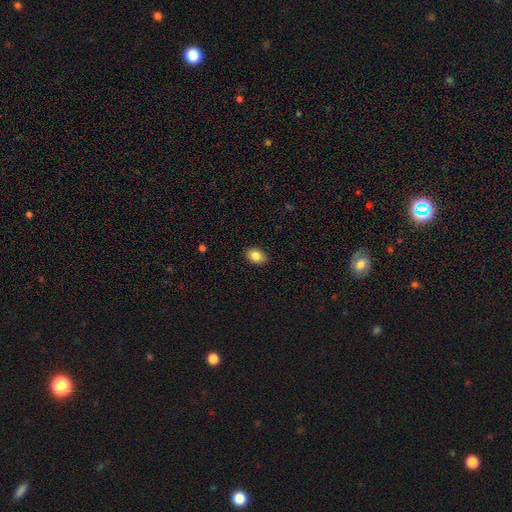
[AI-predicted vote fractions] Q: Smooth or featured?
A: smooth (84%); runner-up: featured or disk (8%)
Q: How rounded?
A: in between (86%); runner-up: round (13%)
Q: Merging?
A: none (90%); runner-up: minor disturbance (8%)